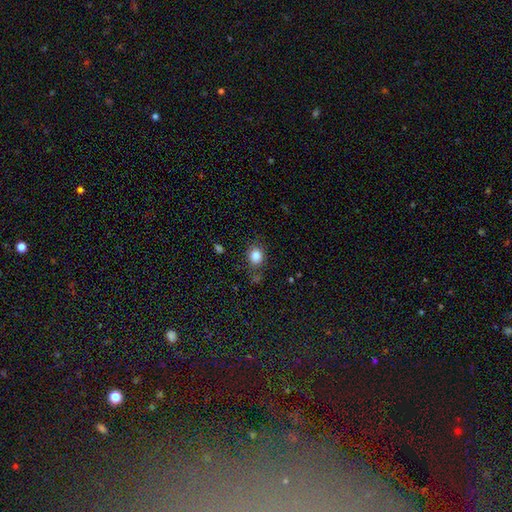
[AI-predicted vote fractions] Q: Smooth or featured?
A: smooth (84%); runner-up: star or artifact (10%)
Q: How rounded?
A: round (65%); runner-up: in between (34%)
Q: Merging?
A: none (75%); runner-up: minor disturbance (16%)